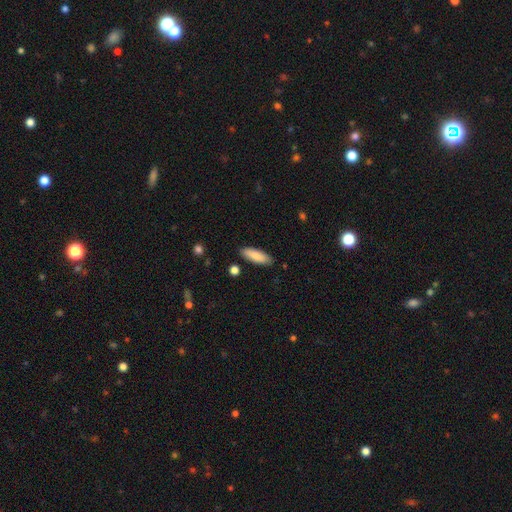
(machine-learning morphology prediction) smooth 85%, featured or disk 9%, star or artifact 6%. Down the decision tree: how rounded — in between (56%); merging — none (87%).